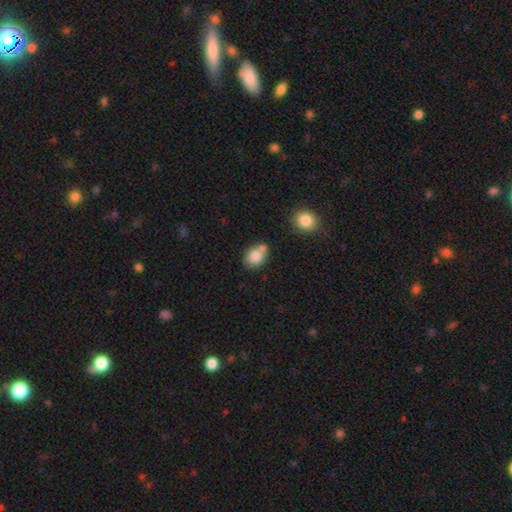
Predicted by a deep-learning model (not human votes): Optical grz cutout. It shows a smooth galaxy with no disk features (80%) that is round (59%). Merging: none (48%).